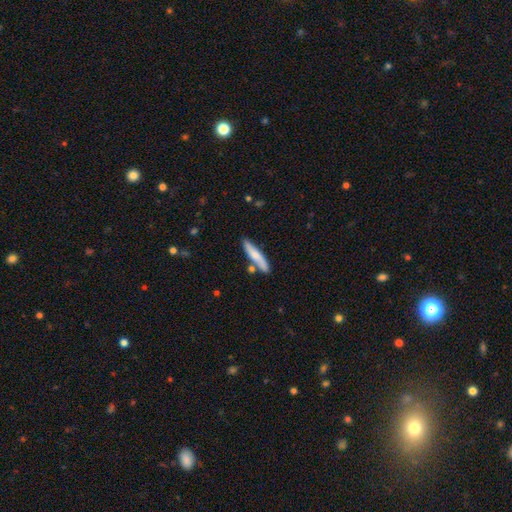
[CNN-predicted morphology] A smooth galaxy with no disk features (64%) that is cigar-shaped (83%). Merging: none (75%).